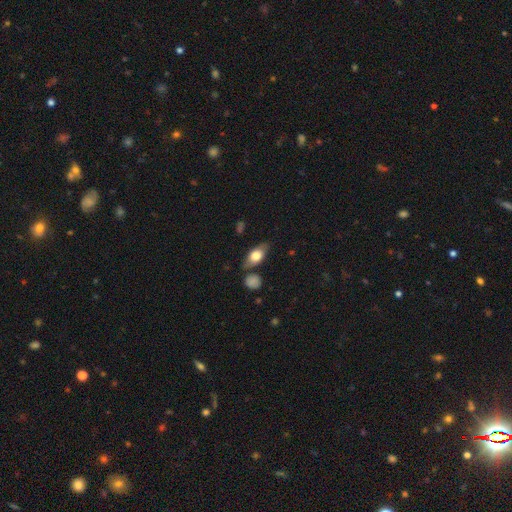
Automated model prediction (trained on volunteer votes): A smooth galaxy with no disk features (68%) that is in between round and cigar-shaped (82%).

Vote fractions:
- Smooth or featured? smooth: 68% / featured or disk: 25% / star or artifact: 7%
- How rounded? in between: 82% / cigar-shaped: 11% / round: 7%
- Merging? none: 74% / minor disturbance: 17% / merger: 5% / major disturbance: 4%